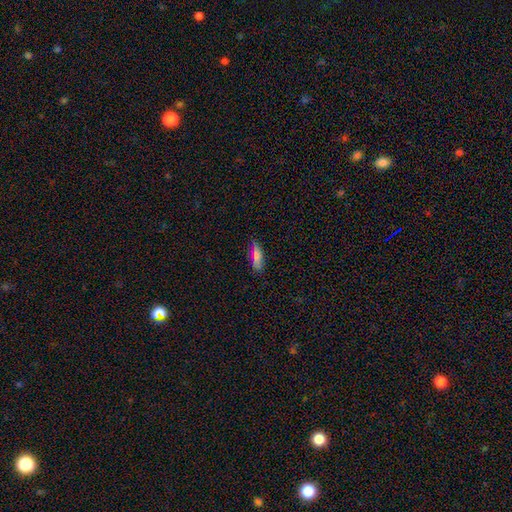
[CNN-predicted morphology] Smooth or featured?
  - smooth: 74% *
  - featured or disk: 15%
  - star or artifact: 10%
How rounded?
  - in between: 53% *
  - cigar-shaped: 45%
  - round: 3%
Merging?
  - none: 81% *
  - minor disturbance: 15%
  - major disturbance: 3%
  - merger: 1%